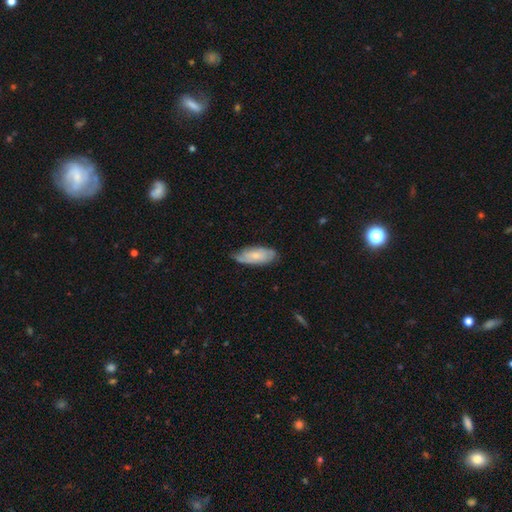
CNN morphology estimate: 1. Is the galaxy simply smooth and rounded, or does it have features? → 52% smooth, 41% featured or disk, 6% star or artifact.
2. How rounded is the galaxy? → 82% in between, 16% cigar-shaped, 2% round.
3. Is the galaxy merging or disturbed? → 62% none, 30% minor disturbance, 6% major disturbance, 2% merger.